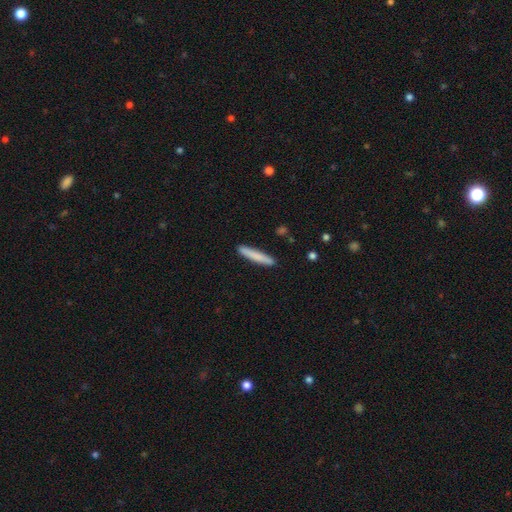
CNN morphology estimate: smooth-or-featured: smooth: 81% | featured or disk: 14% | star or artifact: 6%
  how-rounded: cigar-shaped: 94% | in between: 5% | round: 1%
  merging: none: 90% | minor disturbance: 7% | major disturbance: 1% | merger: 1%